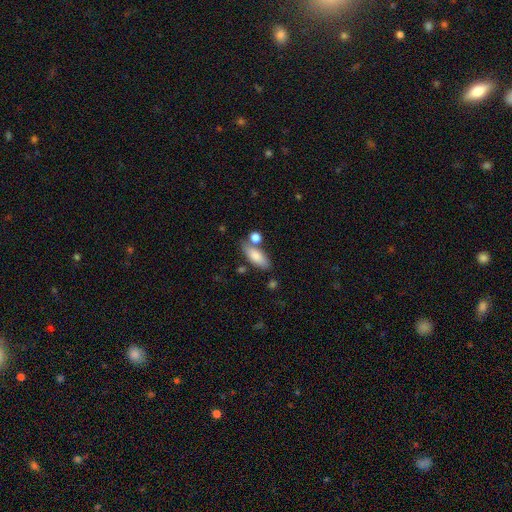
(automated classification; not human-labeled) smooth-or-featured: smooth: 81% | featured or disk: 12% | star or artifact: 7%
  how-rounded: in between: 71% | cigar-shaped: 26% | round: 3%
  merging: none: 66% | merger: 15% | minor disturbance: 15% | major disturbance: 4%